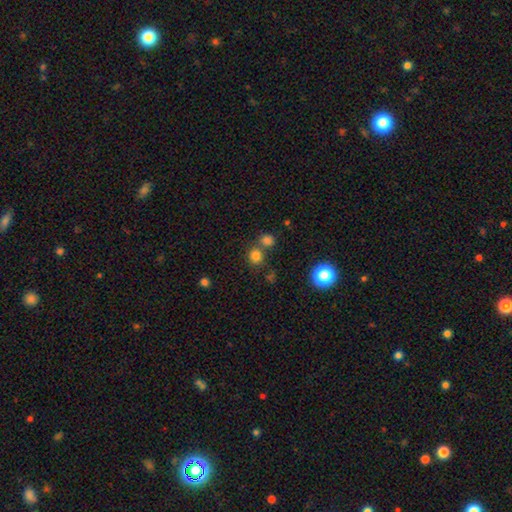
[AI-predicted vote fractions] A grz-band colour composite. It shows a smooth galaxy with no disk features (79%) that is round (85%). Merging: none (64%).